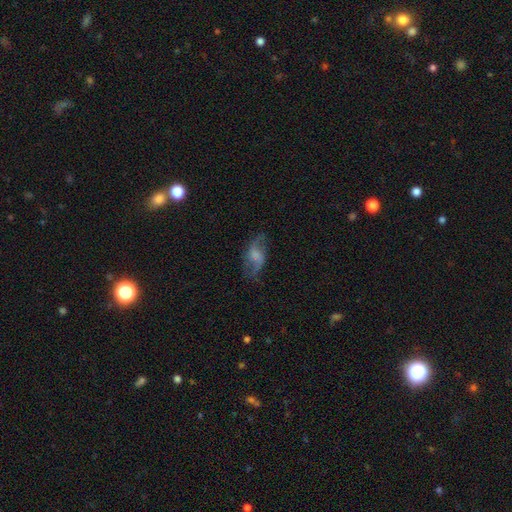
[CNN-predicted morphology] featured or disk 64%, smooth 27%, star or artifact 9%. Down the decision tree: edge-on disk — no (94%); bar — no (53%); spiral arms — yes (85%); spiral arm count — 2 (87%); spiral winding — loose (68%); bulge size — none (37%); merging — none (63%).